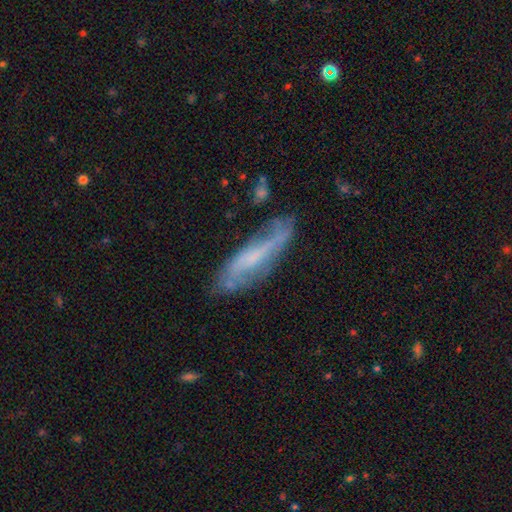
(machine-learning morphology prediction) Smooth or featured? Predicted: featured or disk (p=0.59). Edge-on disk? Predicted: no (p=0.63). Merging? Predicted: none (p=0.60).